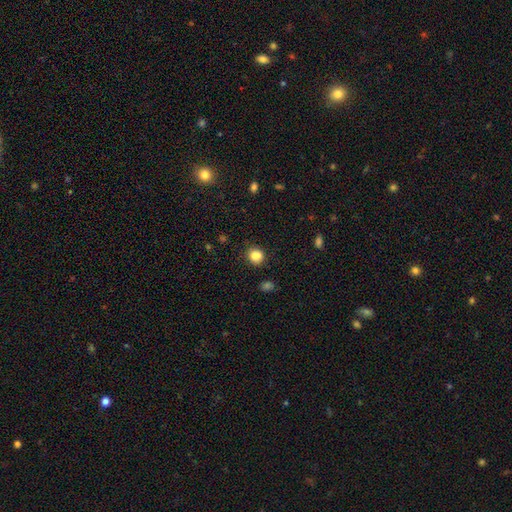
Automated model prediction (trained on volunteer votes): smooth_or_featured: smooth (p=0.84) [alt: star or artifact p=0.12]
how_rounded: round (p=0.80) [alt: in between p=0.19]
merging: none (p=0.76) [alt: minor disturbance p=0.14]